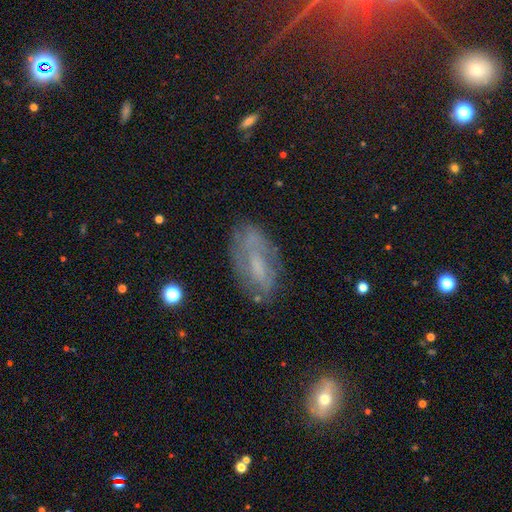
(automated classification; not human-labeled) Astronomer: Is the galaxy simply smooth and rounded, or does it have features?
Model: featured or disk — 49% (runner-up: smooth, 27%).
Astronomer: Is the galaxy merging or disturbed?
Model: none — 69%.